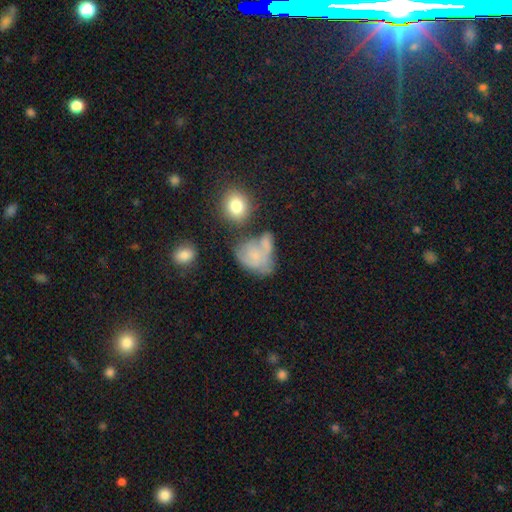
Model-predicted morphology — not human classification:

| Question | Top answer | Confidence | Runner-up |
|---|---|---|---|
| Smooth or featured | smooth | 49% | featured or disk (41%) |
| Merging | none | 30% | merger (29%) |